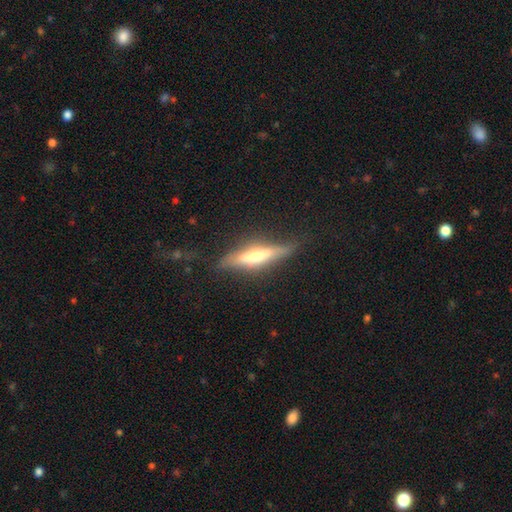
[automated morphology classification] Smooth or featured: featured or disk — 58% (smooth — 36%)
Edge-on disk: yes — 89% (no — 11%)
Edge-on bulge: rounded — 67% (boxy — 19%)
Merging: none — 75% (minor disturbance — 18%)